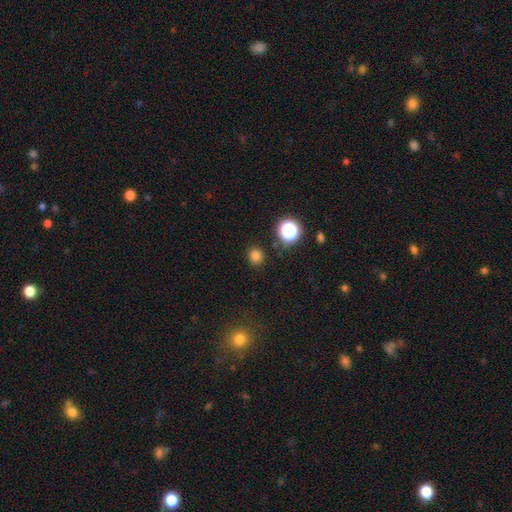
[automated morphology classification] Q: Smooth or featured?
A: smooth (78%); runner-up: star or artifact (18%)
Q: How rounded?
A: round (87%); runner-up: in between (12%)
Q: Merging?
A: none (88%); runner-up: minor disturbance (7%)